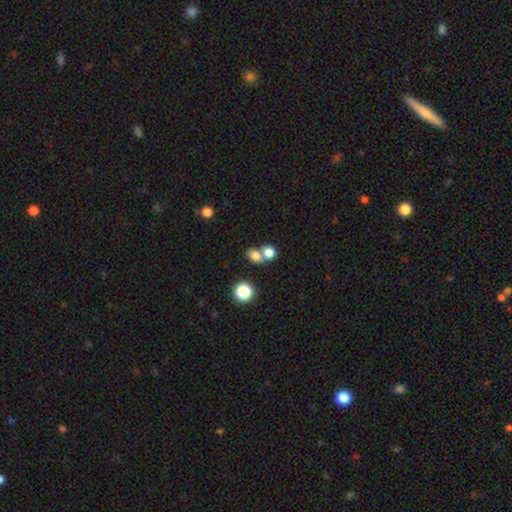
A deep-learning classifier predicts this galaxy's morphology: The model was most divided on "merging": merger: 47%, none: 42%, minor disturbance: 7%, major disturbance: 4%. More confident: smooth or featured — smooth (78%); how rounded — round (59%).